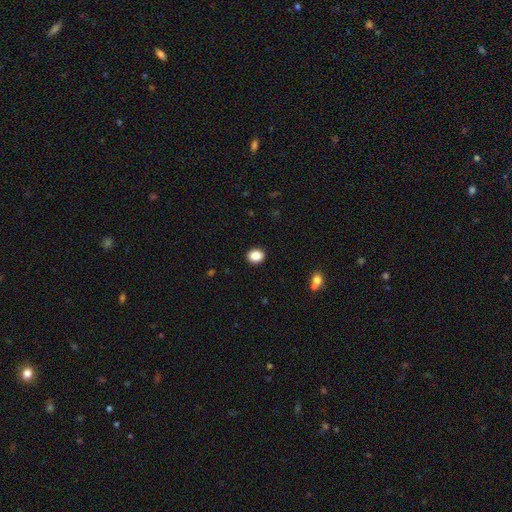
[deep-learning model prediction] smooth-or-featured: smooth: 87% | star or artifact: 9% | featured or disk: 4%
  how-rounded: round: 60% | in between: 39% | cigar-shaped: 1%
  merging: none: 92% | minor disturbance: 6% | major disturbance: 2% | merger: 1%